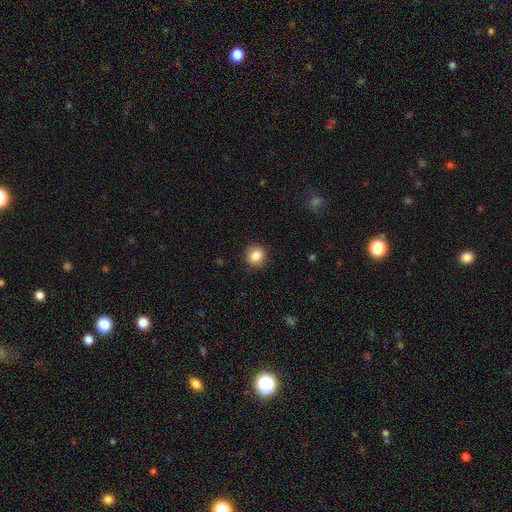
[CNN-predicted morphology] Overall: smooth (86%). How rounded: round (90%). Merging: none (90%).